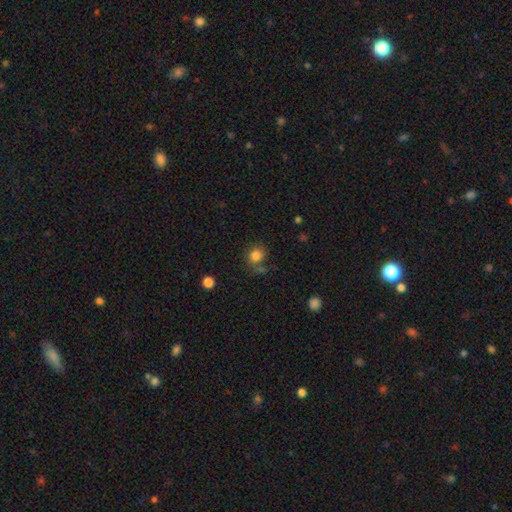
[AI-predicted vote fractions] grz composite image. It shows a smooth galaxy with no disk features (82%) that is round (77%). Merging: none (67%).